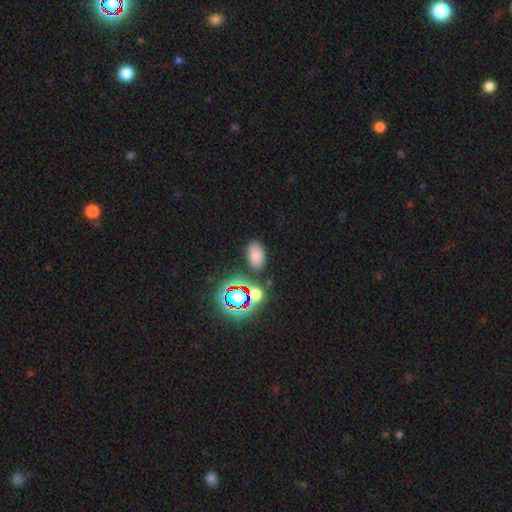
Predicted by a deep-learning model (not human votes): A smooth galaxy with no disk features (74%) that is in between round and cigar-shaped (89%). Merging: none (82%).